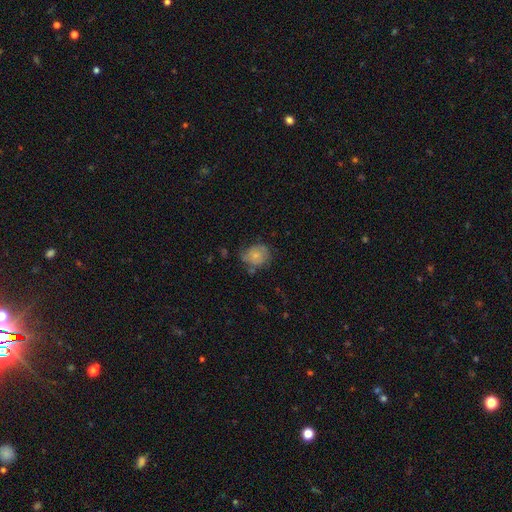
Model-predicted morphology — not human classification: Overall: smooth (75%). How rounded: round (73%). Merging: none (55%; minor disturbance 30%).